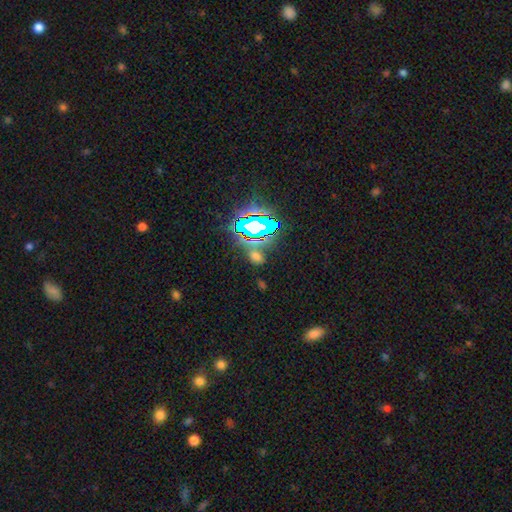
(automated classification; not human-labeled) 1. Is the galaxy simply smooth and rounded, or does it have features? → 47% star or artifact, 43% smooth, 9% featured or disk.